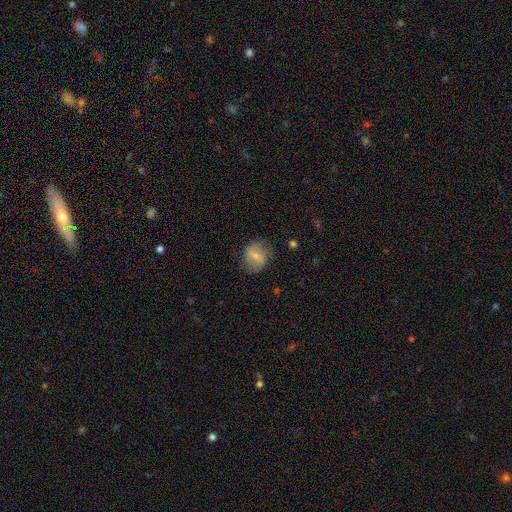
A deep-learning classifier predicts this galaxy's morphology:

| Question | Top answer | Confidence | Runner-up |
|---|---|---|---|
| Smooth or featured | smooth | 59% | featured or disk (33%) |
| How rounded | round | 60% | in between (39%) |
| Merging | none | 73% | minor disturbance (19%) |